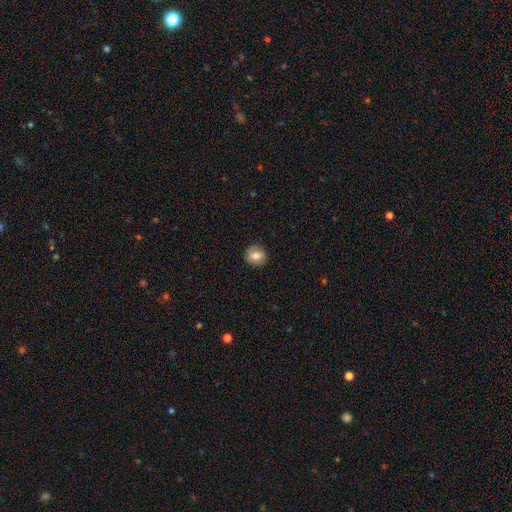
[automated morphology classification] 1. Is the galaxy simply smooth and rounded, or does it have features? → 76% smooth, 15% featured or disk, 9% star or artifact.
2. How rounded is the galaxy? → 85% round, 14% in between, 1% cigar-shaped.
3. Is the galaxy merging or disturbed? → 89% none, 8% minor disturbance, 2% major disturbance, 1% merger.